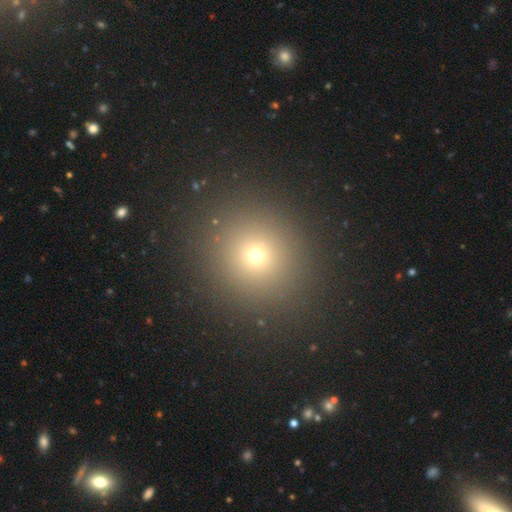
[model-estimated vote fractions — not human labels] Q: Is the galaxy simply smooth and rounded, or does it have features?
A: smooth — 66%.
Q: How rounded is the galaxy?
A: round — 90%.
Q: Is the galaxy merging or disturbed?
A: none — 91%.